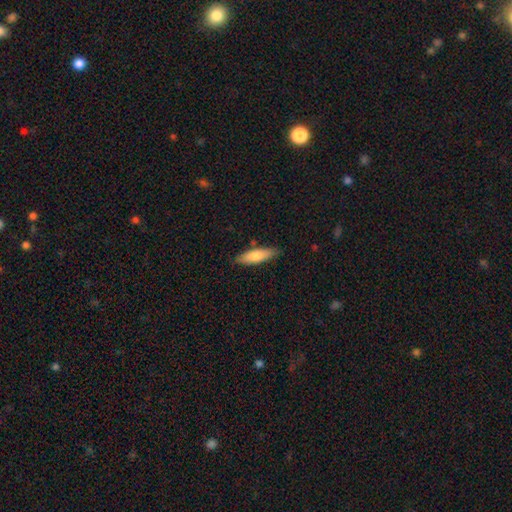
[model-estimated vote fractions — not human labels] This is likely a smooth galaxy (79%). How rounded: possibly cigar-shaped (56%). Merging: clearly none (83%).